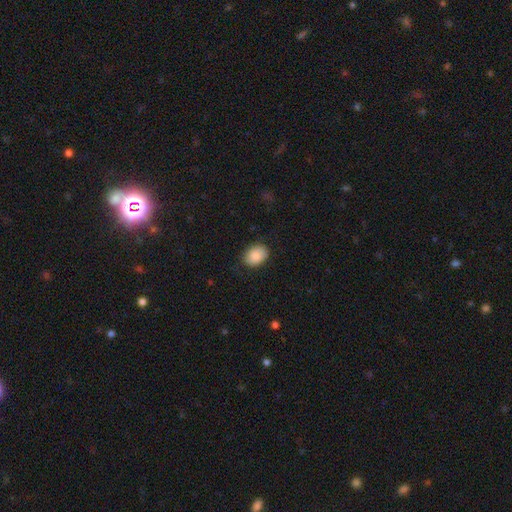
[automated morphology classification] Smooth or featured: smooth — 87% (star or artifact — 7%)
How rounded: in between — 76% (round — 23%)
Merging: none — 82% (minor disturbance — 14%)